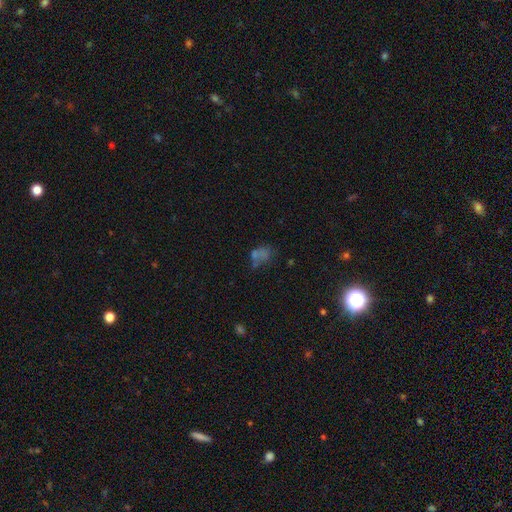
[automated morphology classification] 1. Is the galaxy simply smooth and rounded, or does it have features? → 46% smooth, 34% star or artifact, 20% featured or disk.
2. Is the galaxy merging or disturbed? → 44% none, 20% merger, 18% major disturbance, 18% minor disturbance.